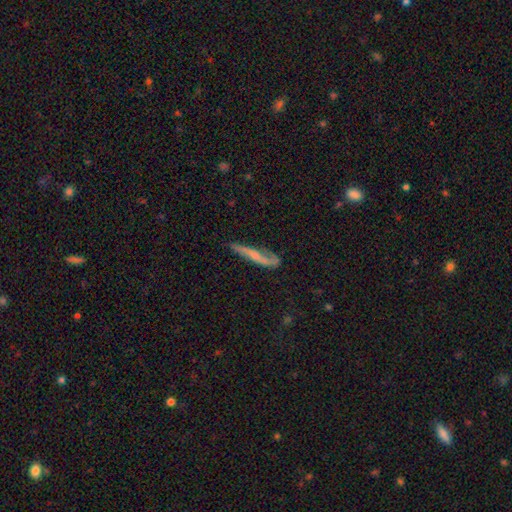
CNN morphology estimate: smooth_or_featured: featured or disk (p=0.58) [alt: smooth p=0.35]
disk_edge_on: yes (p=0.59) [alt: no p=0.41]
merging: none (p=0.57) [alt: minor disturbance p=0.27]